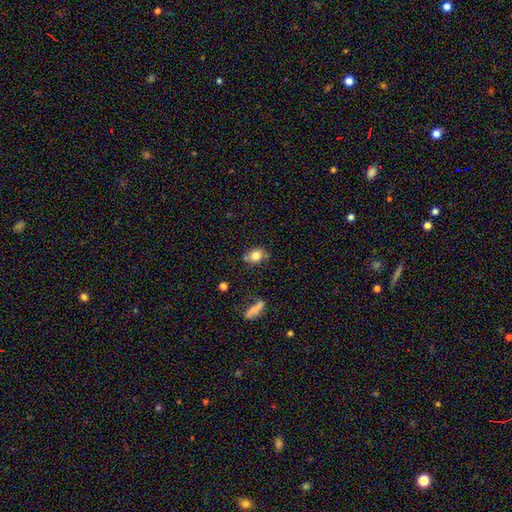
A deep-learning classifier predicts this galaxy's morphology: smooth_or_featured: smooth (p=0.78) [alt: featured or disk p=0.11]
how_rounded: round (p=0.52) [alt: in between p=0.46]
merging: none (p=0.67) [alt: minor disturbance p=0.19]